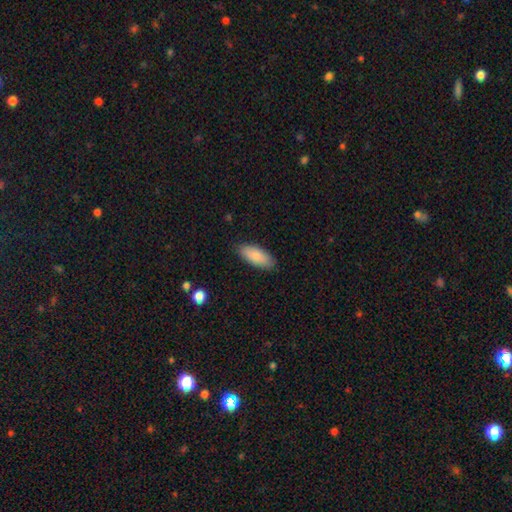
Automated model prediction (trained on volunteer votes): Smooth or featured: smooth — 87% (featured or disk — 8%)
How rounded: in between — 84% (cigar-shaped — 14%)
Merging: none — 86% (minor disturbance — 11%)